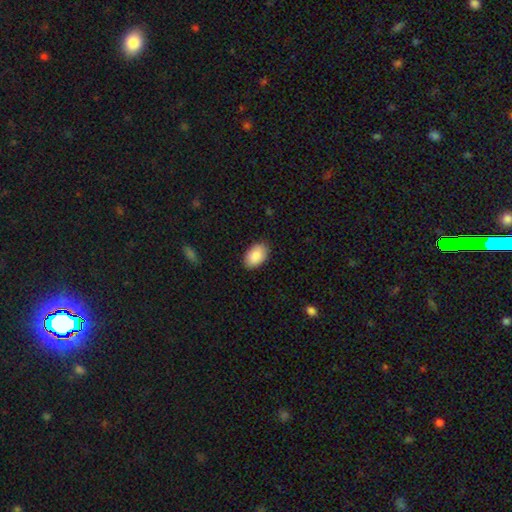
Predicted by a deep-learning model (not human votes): smooth 89%, star or artifact 6%, featured or disk 5%. Down the decision tree: how rounded — in between (93%); merging — none (86%).